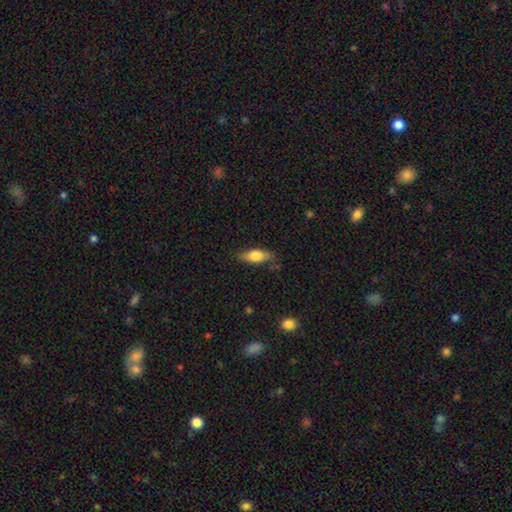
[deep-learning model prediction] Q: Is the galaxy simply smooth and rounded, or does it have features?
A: smooth — 67%.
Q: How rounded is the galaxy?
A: in between — 71%.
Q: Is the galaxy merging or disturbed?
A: none — 76%.